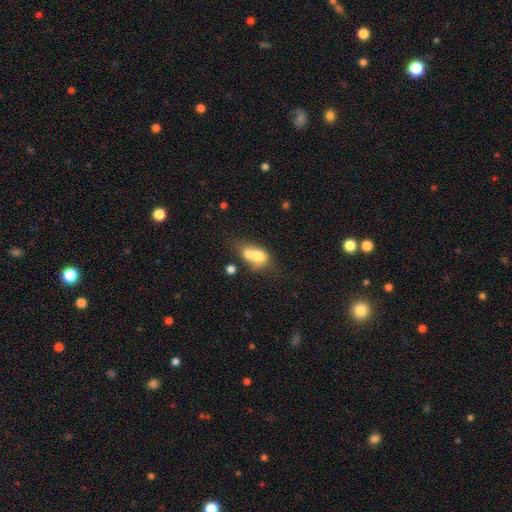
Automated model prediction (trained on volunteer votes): Smooth or featured? Predicted: smooth (p=0.67). How rounded? Predicted: in between (p=0.58). Merging? Predicted: merger (p=0.67).